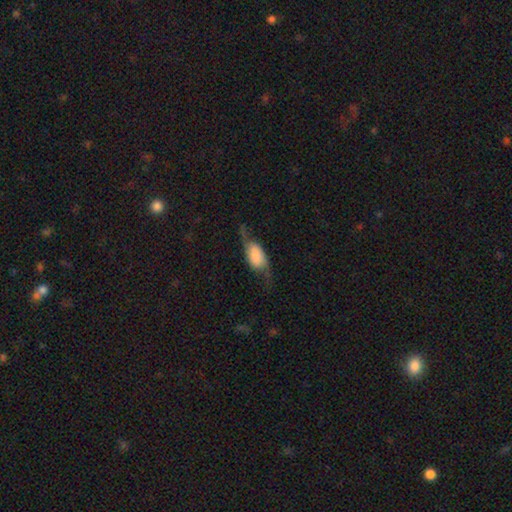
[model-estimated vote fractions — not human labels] Smooth or featured? Predicted: featured or disk (p=0.47). Merging? Predicted: none (p=0.49).